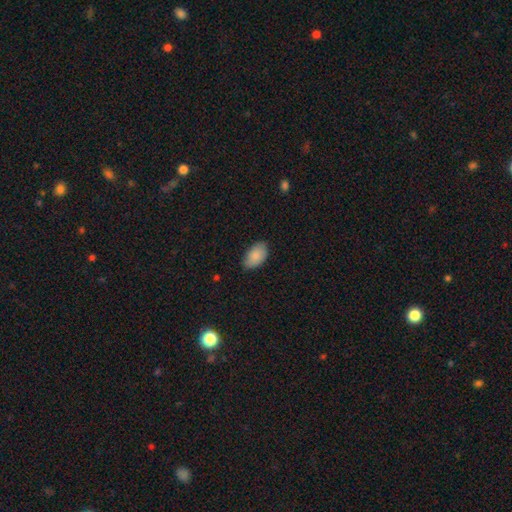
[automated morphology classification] Smooth or featured?
  - smooth: 87% *
  - featured or disk: 7%
  - star or artifact: 6%
How rounded?
  - in between: 94% *
  - round: 5%
  - cigar-shaped: 1%
Merging?
  - none: 76% *
  - minor disturbance: 20%
  - major disturbance: 3%
  - merger: 1%